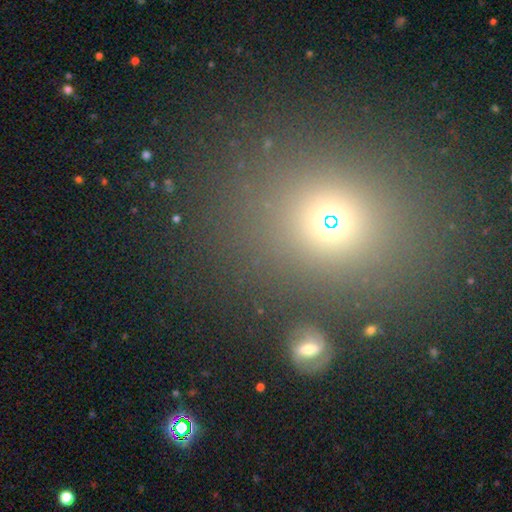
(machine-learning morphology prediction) A smooth galaxy with no disk features (59%) that is round (64%).

Vote fractions:
- Smooth or featured? smooth: 59% / star or artifact: 33% / featured or disk: 8%
- How rounded? round: 64% / in between: 34% / cigar-shaped: 2%
- Merging? none: 82% / minor disturbance: 8% / merger: 5% / major disturbance: 4%